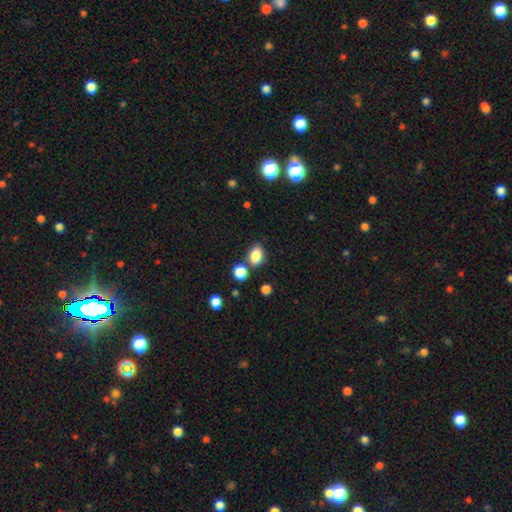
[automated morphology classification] smooth-or-featured: smooth: 84% | star or artifact: 10% | featured or disk: 6%
  how-rounded: in between: 77% | round: 21% | cigar-shaped: 2%
  merging: none: 69% | minor disturbance: 14% | merger: 14% | major disturbance: 4%